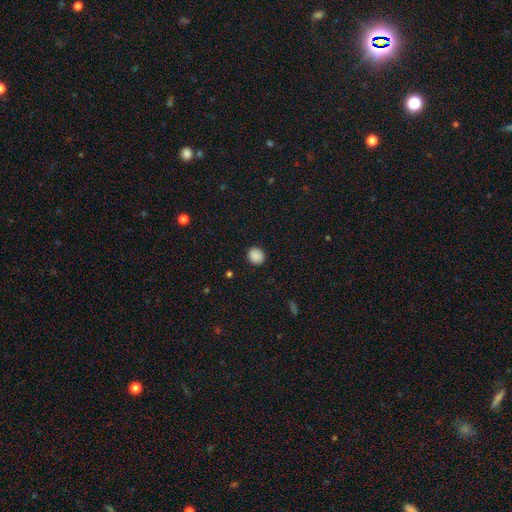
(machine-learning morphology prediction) A smooth galaxy with no disk features (88%) that is round (76%). Merging: none (90%).